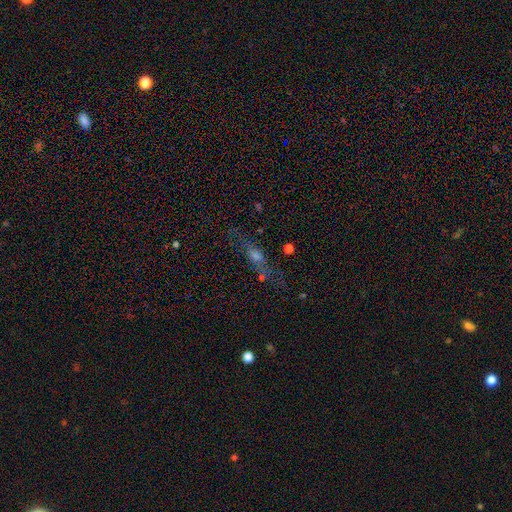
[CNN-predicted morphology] Smooth or featured? Predicted: featured or disk (p=0.43). Merging? Predicted: none (p=0.67).